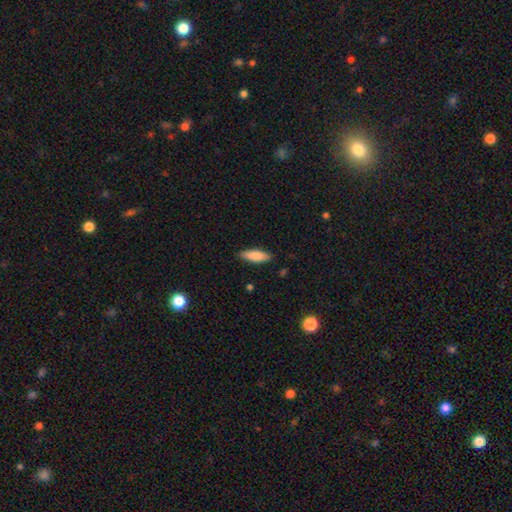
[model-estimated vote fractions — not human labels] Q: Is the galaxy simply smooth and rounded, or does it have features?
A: smooth — 83%.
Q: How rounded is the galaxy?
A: in between — 55%.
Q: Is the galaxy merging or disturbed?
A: none — 84%.